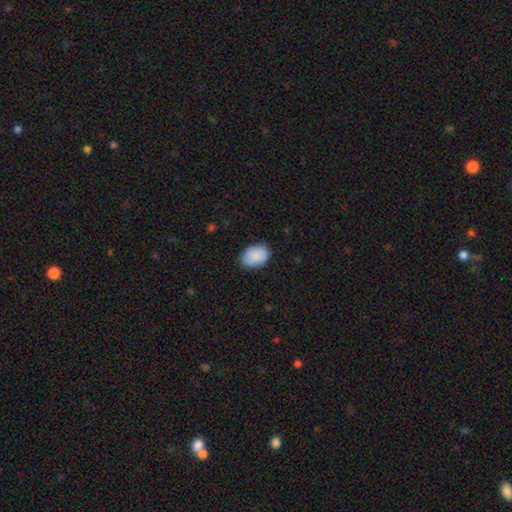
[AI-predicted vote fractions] Q: Smooth or featured?
A: smooth (88%); runner-up: star or artifact (6%)
Q: How rounded?
A: in between (83%); runner-up: round (16%)
Q: Merging?
A: none (81%); runner-up: minor disturbance (15%)